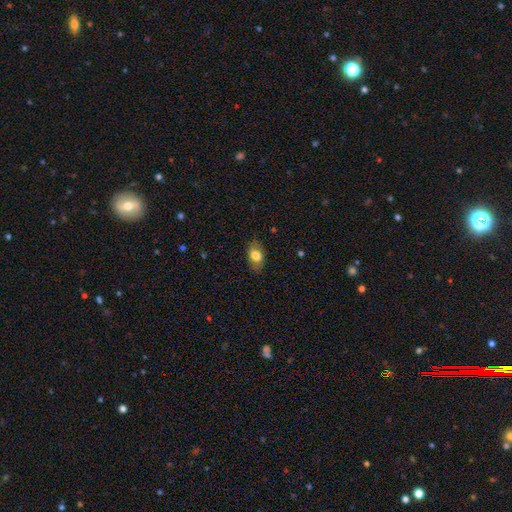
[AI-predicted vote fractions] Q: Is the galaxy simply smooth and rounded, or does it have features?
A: smooth — 77%.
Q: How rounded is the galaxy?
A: in between — 85%.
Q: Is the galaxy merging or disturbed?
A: none — 80%.